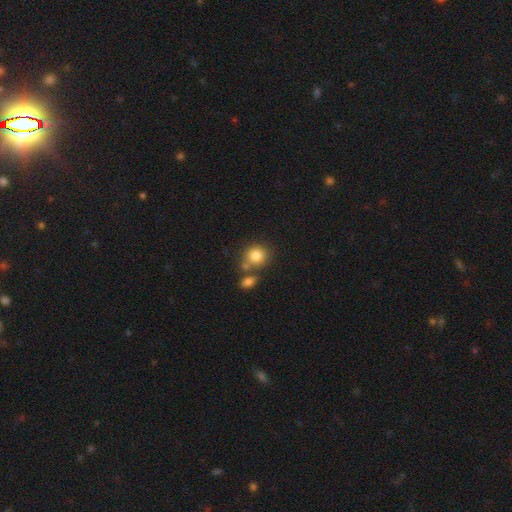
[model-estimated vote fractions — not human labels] Overall: smooth (83%). How rounded: round (83%). Merging: none (57%; merger 27%).